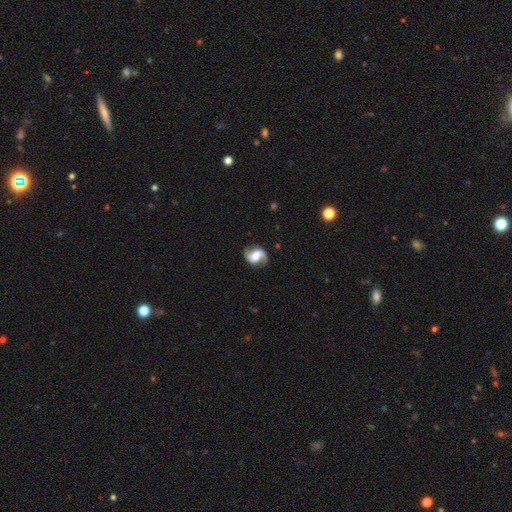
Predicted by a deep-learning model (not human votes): A featured or disk galaxy (86%) with a weak bar (43%), 2 (93%) medium (49%) spiral arms (97%) and a moderate central bulge (52%). Merging: none (83%).